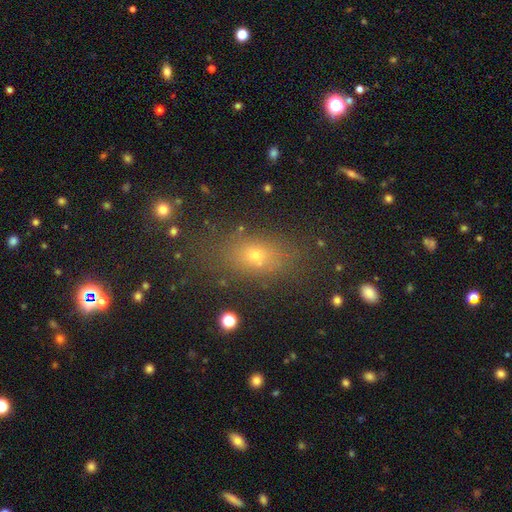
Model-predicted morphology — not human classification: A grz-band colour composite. It shows a smooth galaxy with no disk features (67%) that is in between round and cigar-shaped (76%). Merging: none (76%).